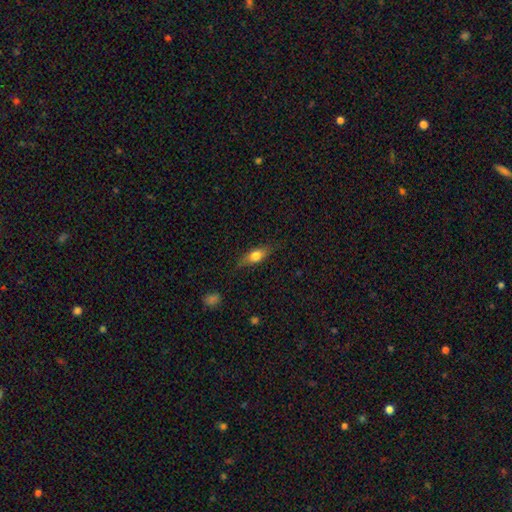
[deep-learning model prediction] This is likely a smooth galaxy (66%). How rounded: likely in between (66%). Merging: likely none (77%).